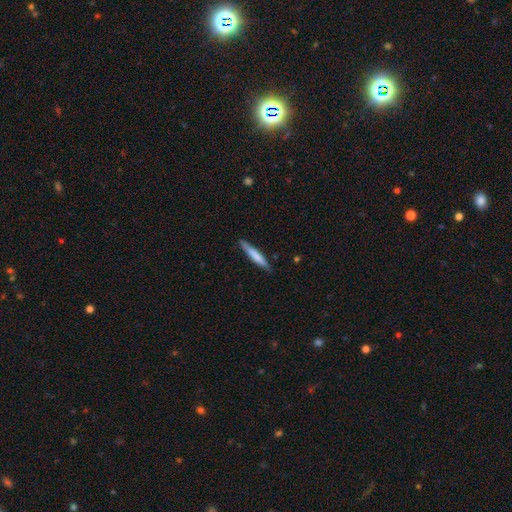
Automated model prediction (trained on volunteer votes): Smooth or featured? smooth (70%)
How rounded? cigar-shaped (94%)
Merging? none (86%)